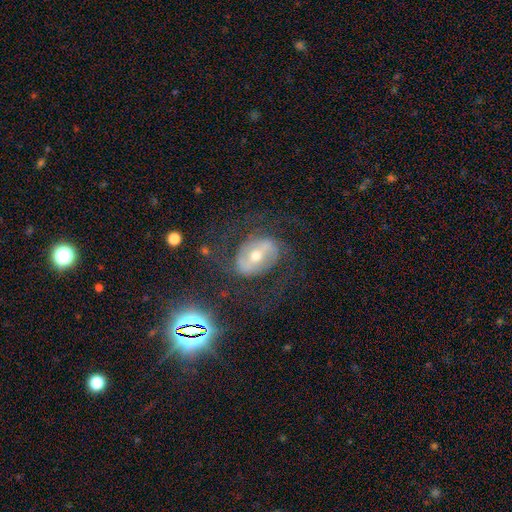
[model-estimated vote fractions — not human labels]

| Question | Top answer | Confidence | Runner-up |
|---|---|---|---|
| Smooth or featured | featured or disk | 72% | smooth (17%) |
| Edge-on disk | no | 95% | yes (5%) |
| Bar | strong | 52% | weak (30%) |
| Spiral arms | yes | 72% | no (28%) |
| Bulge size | moderate | 61% | small (33%) |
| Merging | none | 67% | major disturbance (16%) |